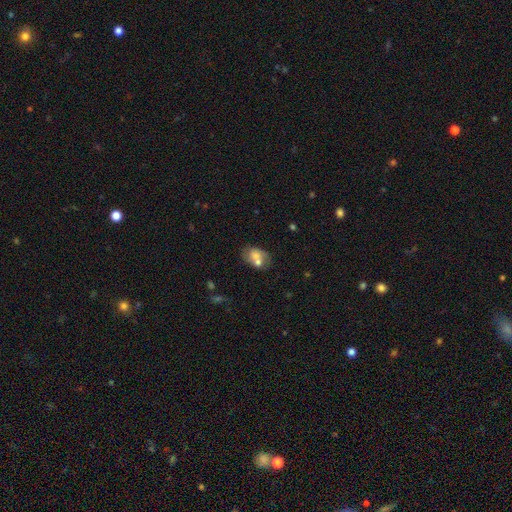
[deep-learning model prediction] Morphology: type=smooth (53%); roundness=in between (77%); merging=merger (42%).